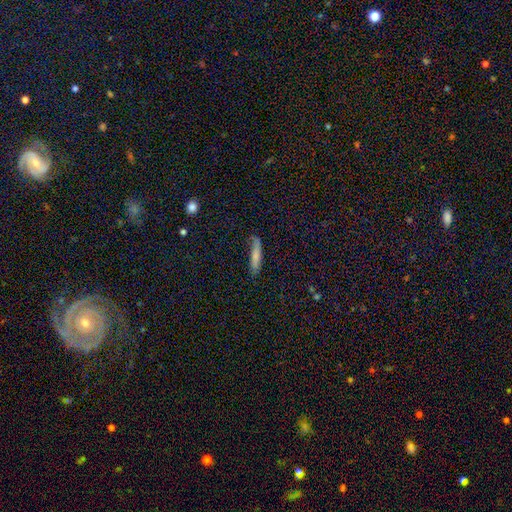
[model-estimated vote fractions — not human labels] This appears to be a smooth galaxy with no disk features (75%) that is cigar-shaped (83%). Merging: none (69%).